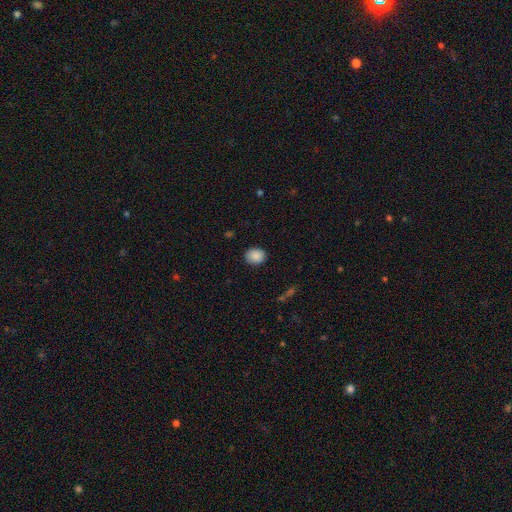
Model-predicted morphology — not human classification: type=smooth (89%); roundness=round (58%); merging=none (85%).